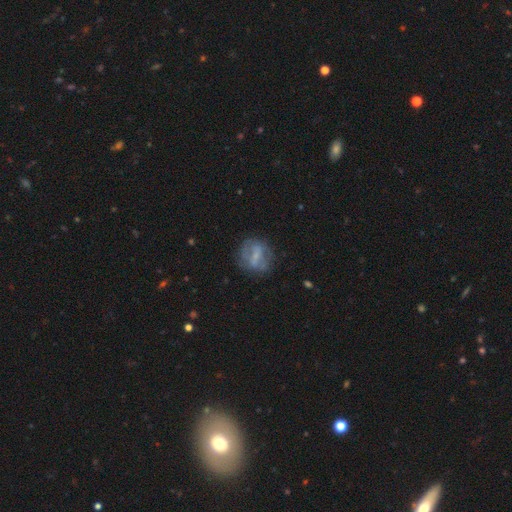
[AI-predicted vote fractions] Overall: featured or disk (49%; smooth 42%). Merging: none (67%).